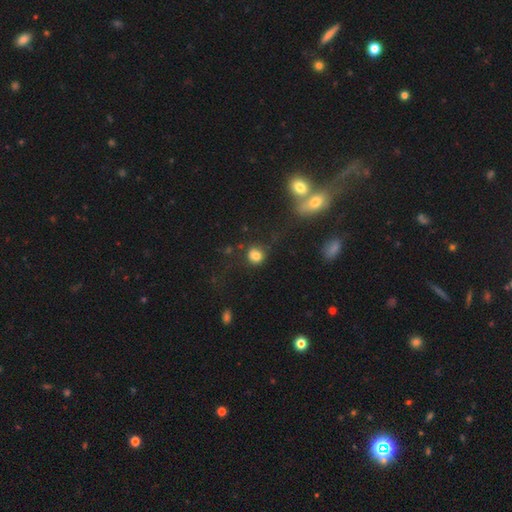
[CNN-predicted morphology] This is likely a smooth galaxy (78%). How rounded: likely round (78%). Merging: likely none (64%).